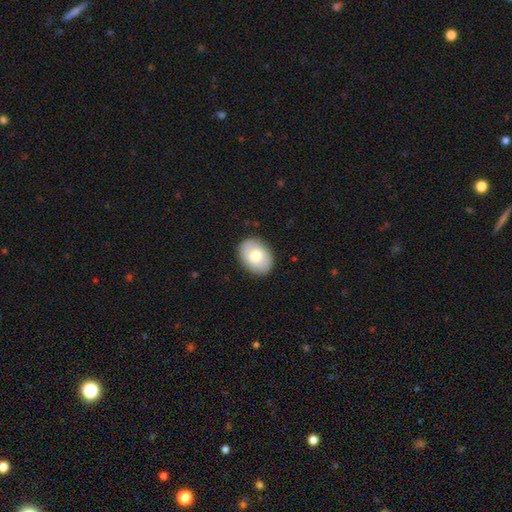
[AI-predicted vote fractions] A smooth galaxy with no disk features (66%) that is in between round and cigar-shaped (73%).

Vote fractions:
- Smooth or featured? smooth: 66% / featured or disk: 28% / star or artifact: 6%
- How rounded? in between: 73% / round: 26% / cigar-shaped: 1%
- Merging? none: 87% / minor disturbance: 9% / major disturbance: 2% / merger: 1%